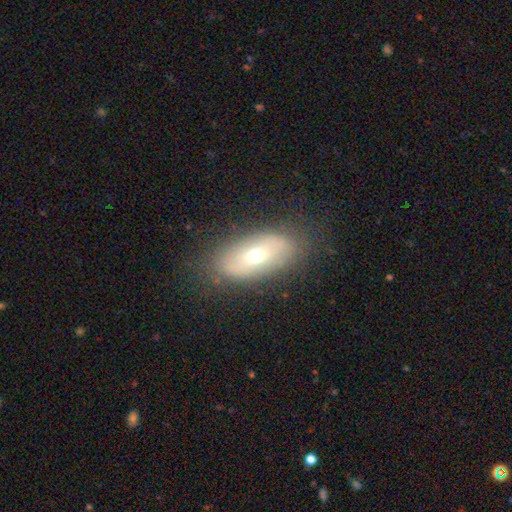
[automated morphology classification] This is possibly a smooth galaxy (48%). Merging: clearly none (81%).